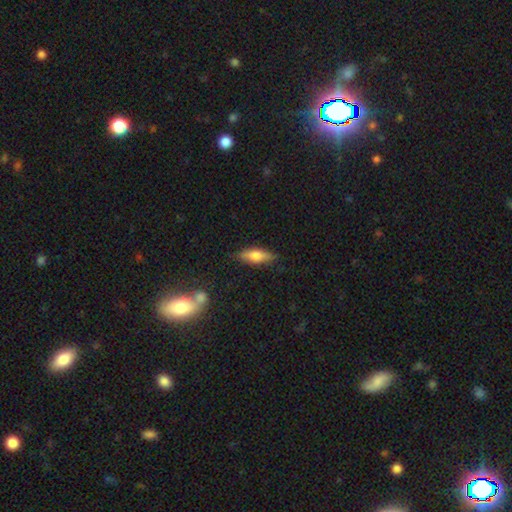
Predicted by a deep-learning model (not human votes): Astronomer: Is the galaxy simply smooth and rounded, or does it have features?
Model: smooth — 62%.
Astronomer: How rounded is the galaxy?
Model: in between — 53% (runner-up: cigar-shaped, 44%).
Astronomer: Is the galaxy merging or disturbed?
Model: none — 82%.